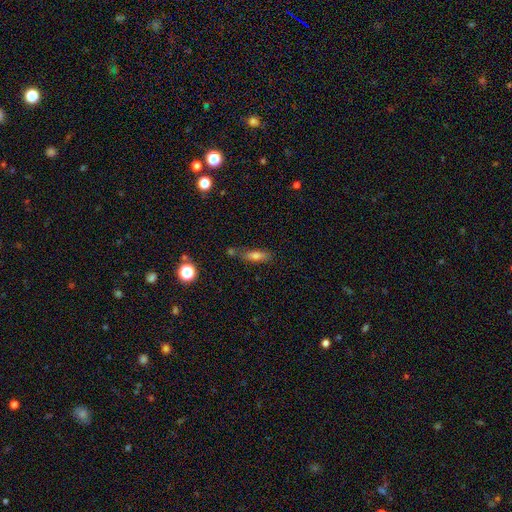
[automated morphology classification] Q: Smooth or featured?
A: smooth (66%); runner-up: featured or disk (22%)
Q: How rounded?
A: cigar-shaped (49%); runner-up: in between (46%)
Q: Merging?
A: none (63%); runner-up: minor disturbance (18%)